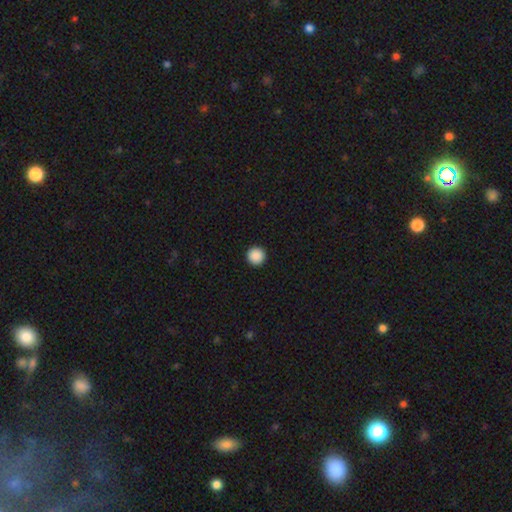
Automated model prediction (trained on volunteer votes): This appears to be a smooth galaxy with no disk features (89%) that is round (97%). Merging: none (94%).